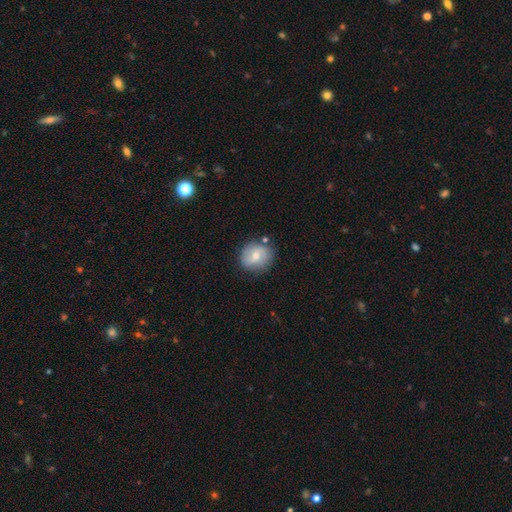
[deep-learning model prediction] Smooth or featured? smooth (56%)
How rounded? round (77%)
Merging? none (76%)